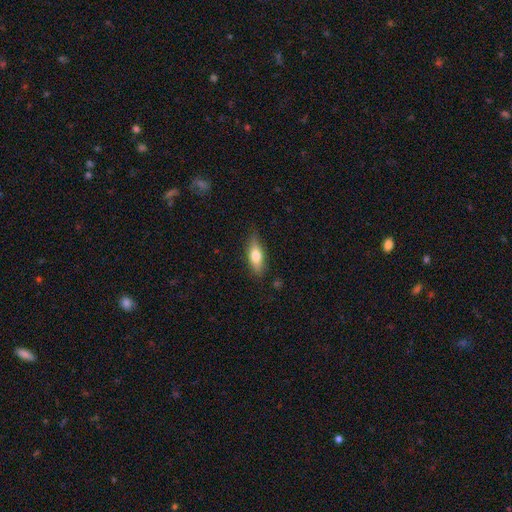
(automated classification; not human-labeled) Smooth or featured? smooth (67%)
How rounded? in between (62%)
Merging? none (81%)